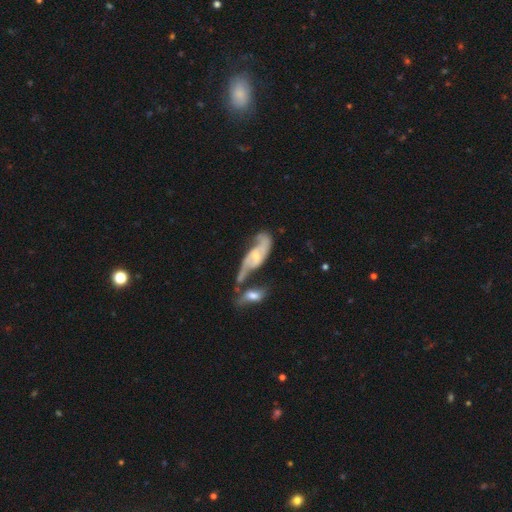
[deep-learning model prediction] This is clearly a featured or disk galaxy (80%). It is clearly not viewed edge-on (90%). Bar: possibly no (50%). Spiral arm pattern: clearly yes (92%). Spiral arm count: likely 2 (79%). Spiral winding: marginally medium (43%). Central bulge: possibly small (53%). Merging: marginally merger (41%).